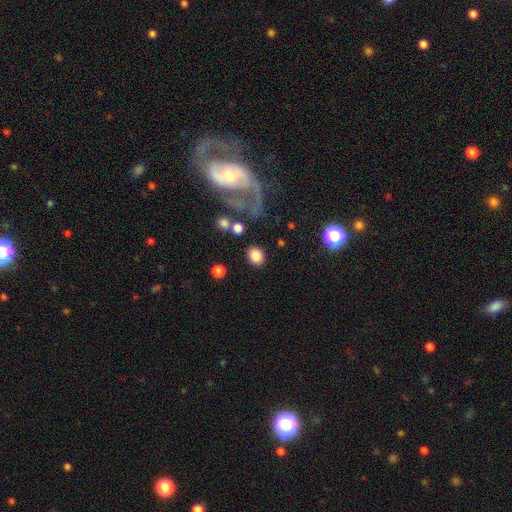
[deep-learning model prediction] This appears to be a smooth galaxy with no disk features (83%) that is round (51%). Merging: none (82%).